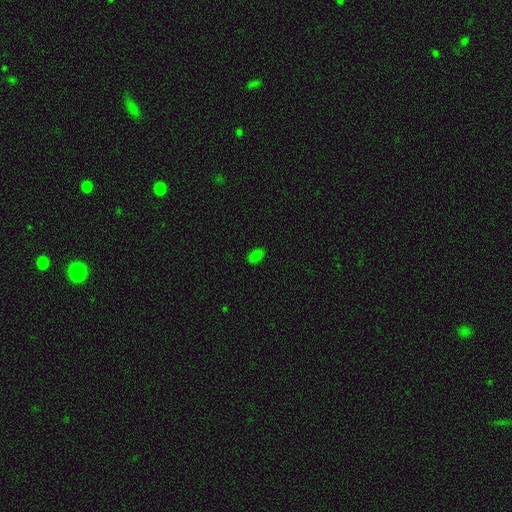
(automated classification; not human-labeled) Smooth or featured: smooth — 79% (star or artifact — 17%)
How rounded: in between — 88% (round — 10%)
Merging: none — 84% (minor disturbance — 12%)